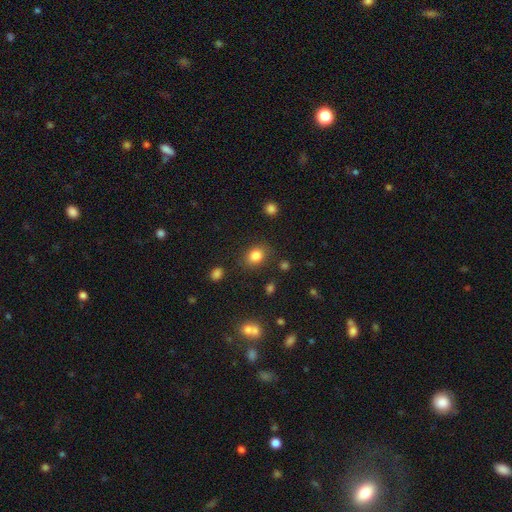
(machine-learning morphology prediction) Smooth or featured? smooth (83%)
How rounded? round (57%)
Merging? none (82%)